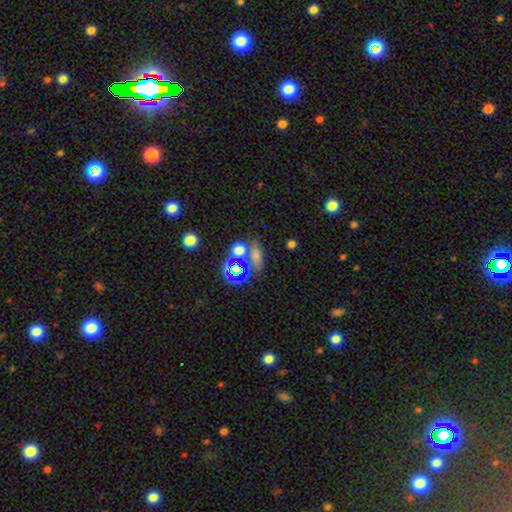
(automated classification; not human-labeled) A smooth galaxy with no disk features (62%) that is in between round and cigar-shaped (56%). Merging: none (54%).